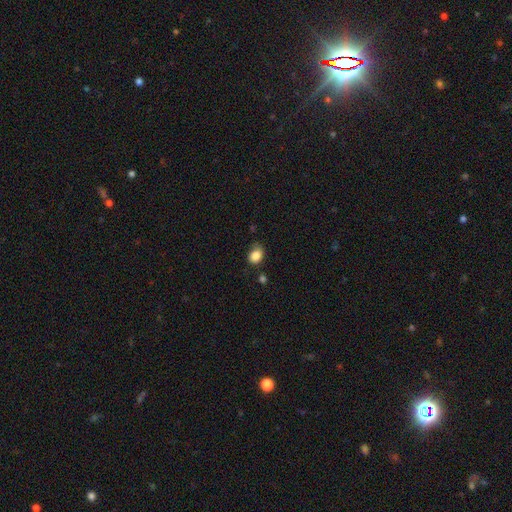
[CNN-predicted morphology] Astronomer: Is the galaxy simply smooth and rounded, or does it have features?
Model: smooth — 86%.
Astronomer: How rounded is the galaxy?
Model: in between — 56% (runner-up: round, 43%).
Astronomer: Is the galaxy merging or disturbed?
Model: none — 61%.